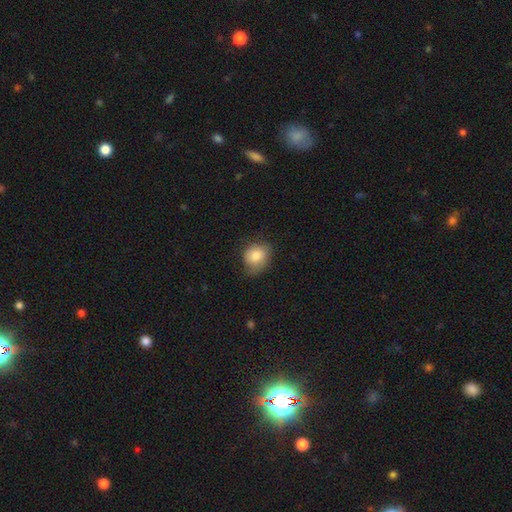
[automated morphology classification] A smooth galaxy with no disk features (81%) that is round (52%).

Vote fractions:
- Smooth or featured? smooth: 81% / featured or disk: 11% / star or artifact: 8%
- How rounded? round: 52% / in between: 47% / cigar-shaped: 1%
- Merging? none: 60% / minor disturbance: 31% / major disturbance: 8% / merger: 1%